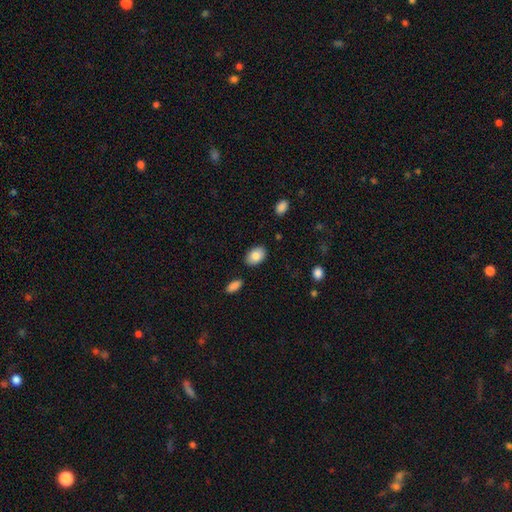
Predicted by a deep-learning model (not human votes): Overall: smooth (85%). How rounded: in between (90%). Merging: none (84%).